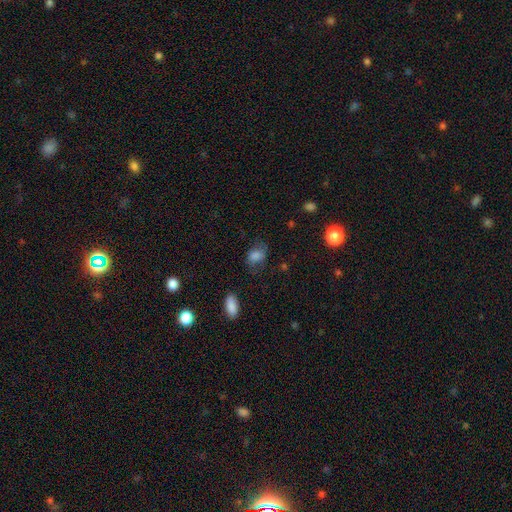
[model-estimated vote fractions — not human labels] This appears to be a smooth galaxy with no disk features (77%) that is in between round and cigar-shaped (72%). Merging: none (57%).